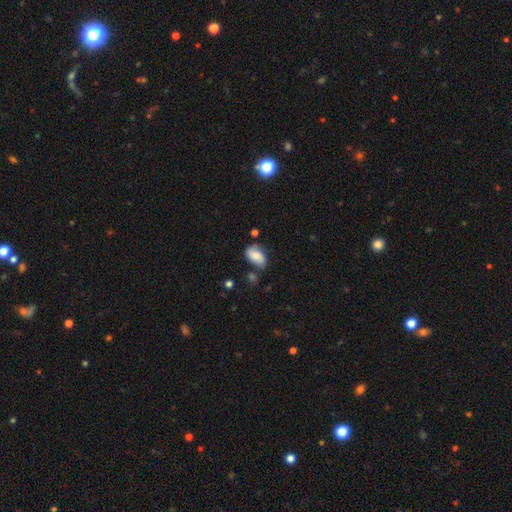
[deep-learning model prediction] Morphology: type=smooth (67%); roundness=in between (90%); merging=none (54%).